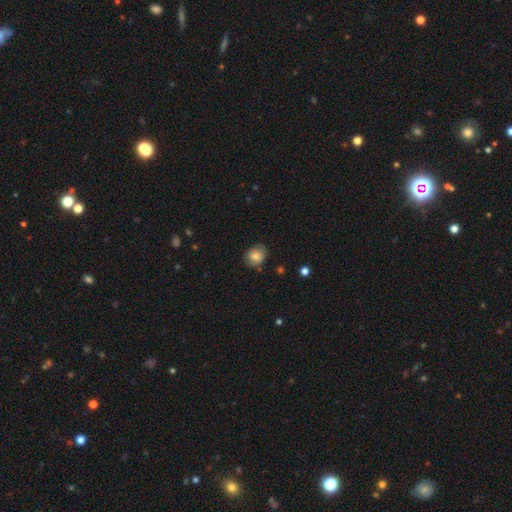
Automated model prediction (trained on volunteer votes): Q: Smooth or featured?
A: smooth (74%); runner-up: featured or disk (17%)
Q: How rounded?
A: round (62%); runner-up: in between (37%)
Q: Merging?
A: none (74%); runner-up: minor disturbance (20%)